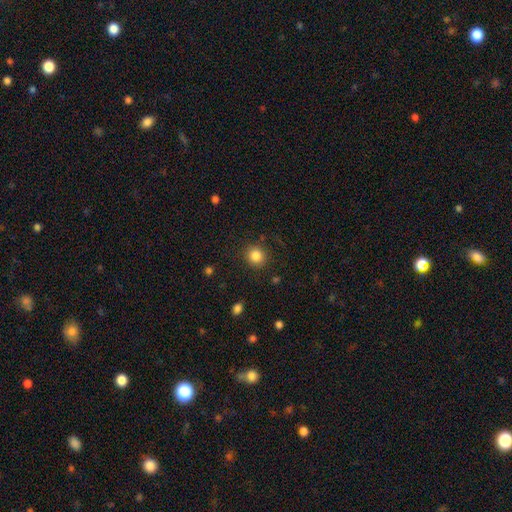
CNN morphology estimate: smooth_or_featured: smooth (p=0.85) [alt: star or artifact p=0.11]
how_rounded: round (p=0.88) [alt: in between p=0.11]
merging: none (p=0.88) [alt: minor disturbance p=0.07]